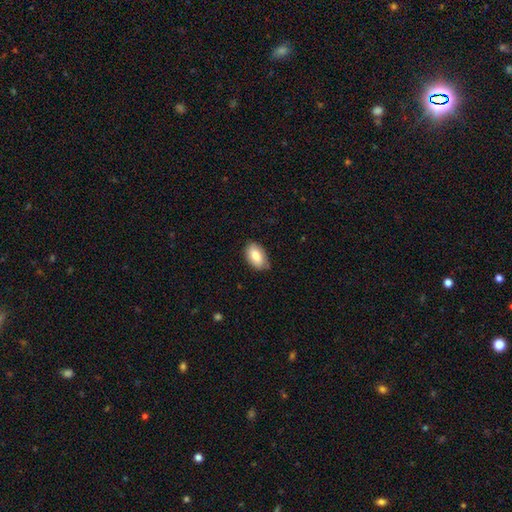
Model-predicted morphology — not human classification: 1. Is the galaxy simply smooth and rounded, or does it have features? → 83% smooth, 11% featured or disk, 7% star or artifact.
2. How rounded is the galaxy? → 93% in between, 5% round, 2% cigar-shaped.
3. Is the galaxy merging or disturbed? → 82% none, 15% minor disturbance, 2% major disturbance, 1% merger.